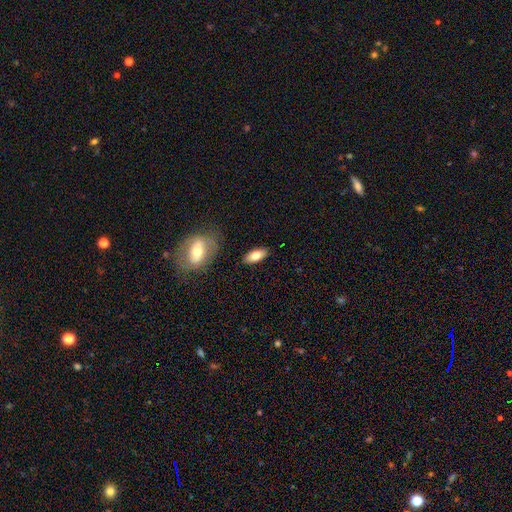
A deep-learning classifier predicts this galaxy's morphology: smooth_or_featured: smooth (p=0.73) [alt: featured or disk p=0.21]
how_rounded: in between (p=0.82) [alt: cigar-shaped p=0.15]
merging: none (p=0.84) [alt: minor disturbance p=0.11]